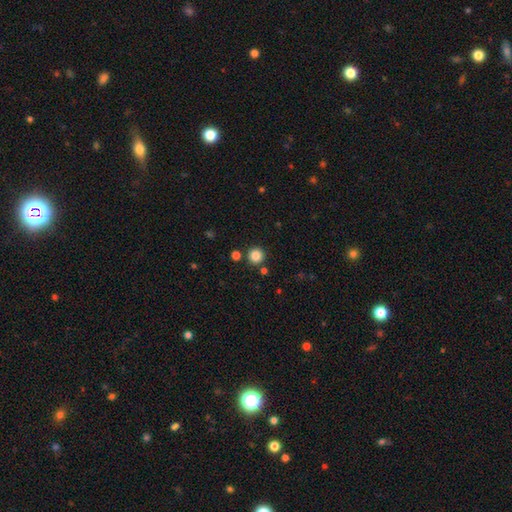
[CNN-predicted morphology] Smooth or featured? Predicted: smooth (p=0.85). How rounded? Predicted: round (p=0.95). Merging? Predicted: none (p=0.86).